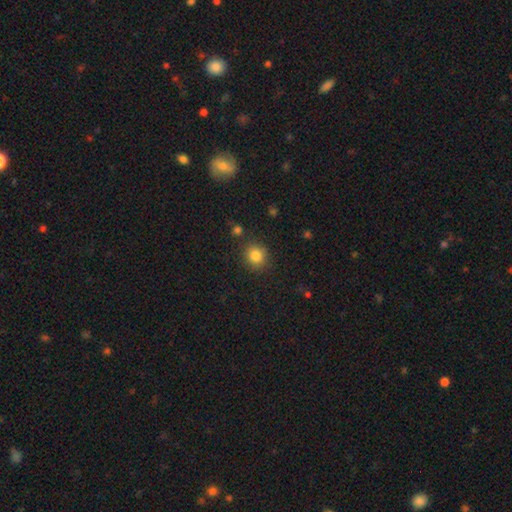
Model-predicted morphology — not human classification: Overall: smooth (83%). How rounded: round (87%). Merging: none (84%).